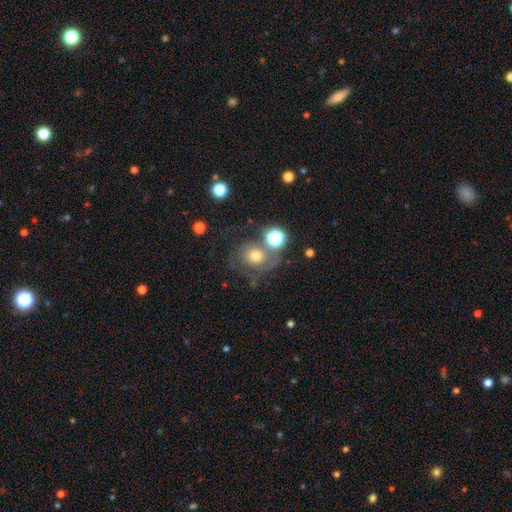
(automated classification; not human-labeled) Morphology: type=smooth (46%); merging=none (43%).